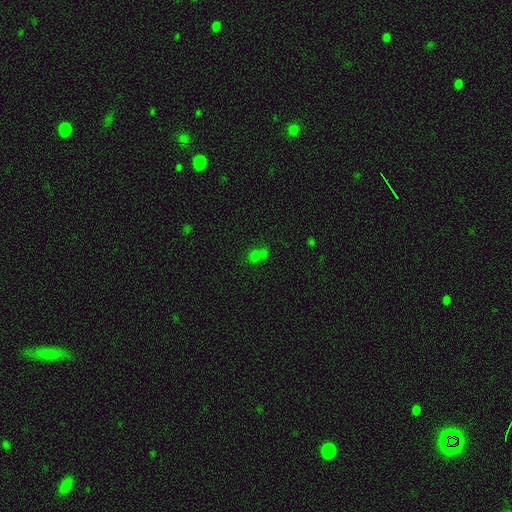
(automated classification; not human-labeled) The model was most divided on "merging": merger: 44%, none: 39%, minor disturbance: 10%, major disturbance: 7%. More confident: how rounded — round (62%); smooth or featured — smooth (59%).